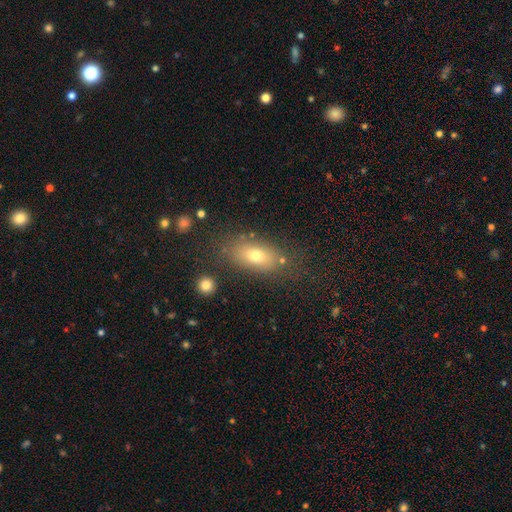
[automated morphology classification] This appears to be a smooth galaxy with no disk features (72%) that is in between round and cigar-shaped (83%). Merging: none (72%).